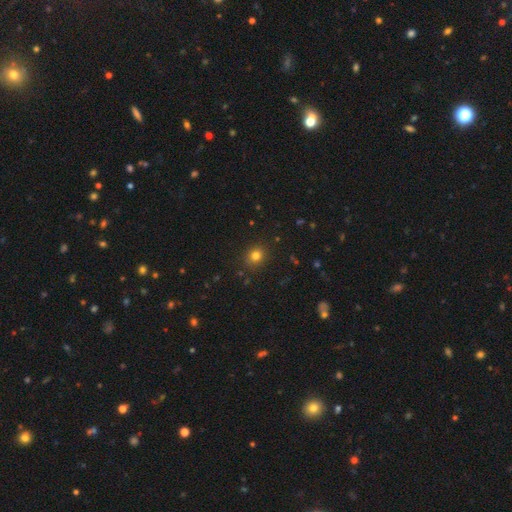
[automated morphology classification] Smooth or featured? Predicted: smooth (p=0.79). How rounded? Predicted: round (p=0.74). Merging? Predicted: none (p=0.88).